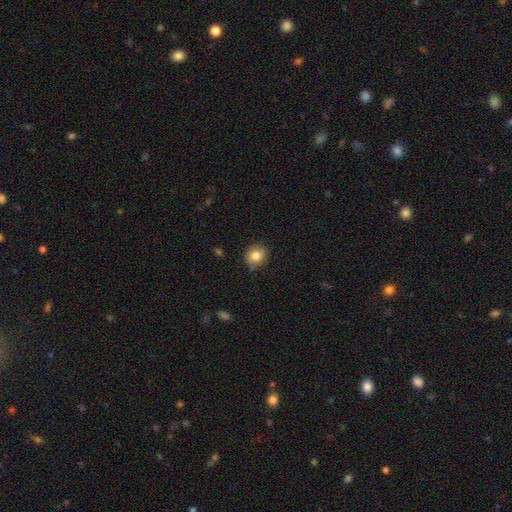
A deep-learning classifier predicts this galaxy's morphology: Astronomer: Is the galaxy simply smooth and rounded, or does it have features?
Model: smooth — 83%.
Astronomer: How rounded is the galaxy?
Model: round — 83%.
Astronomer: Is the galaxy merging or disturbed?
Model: none — 83%.